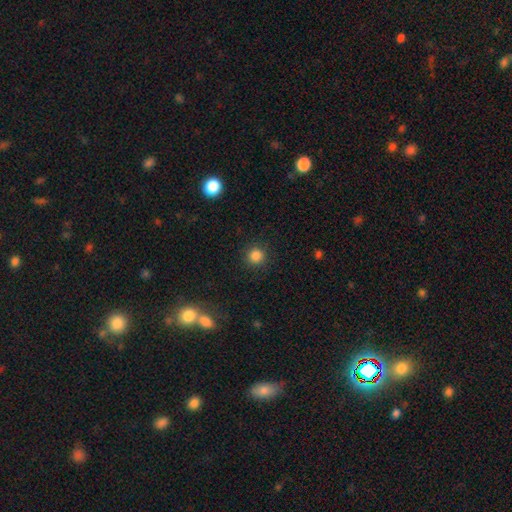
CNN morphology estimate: smooth_or_featured: smooth (p=0.84) [alt: star or artifact p=0.12]
how_rounded: round (p=0.94) [alt: in between p=0.05]
merging: none (p=0.90) [alt: minor disturbance p=0.06]